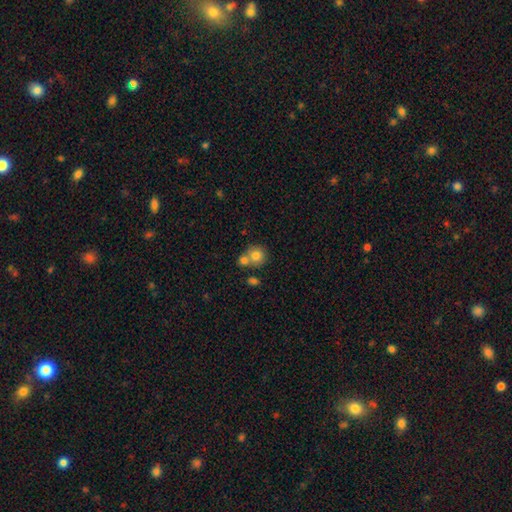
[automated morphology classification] Smooth or featured?
  - smooth: 78% *
  - featured or disk: 12%
  - star or artifact: 10%
How rounded?
  - round: 87% *
  - in between: 12%
  - cigar-shaped: 1%
Merging?
  - none: 47% *
  - merger: 42%
  - minor disturbance: 8%
  - major disturbance: 3%